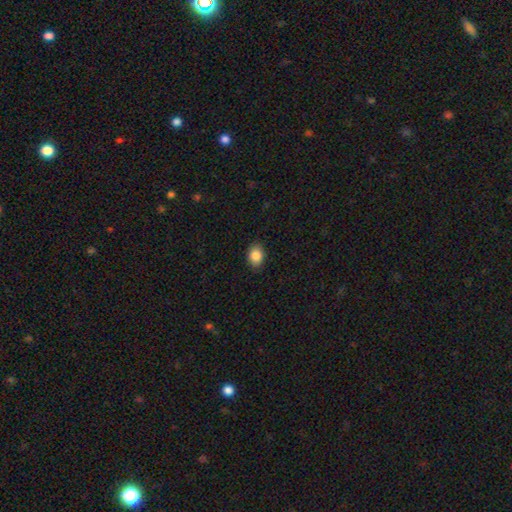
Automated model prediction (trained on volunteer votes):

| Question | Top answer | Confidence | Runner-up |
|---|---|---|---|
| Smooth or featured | smooth | 87% | star or artifact (8%) |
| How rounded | in between | 73% | round (26%) |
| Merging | none | 87% | minor disturbance (10%) |